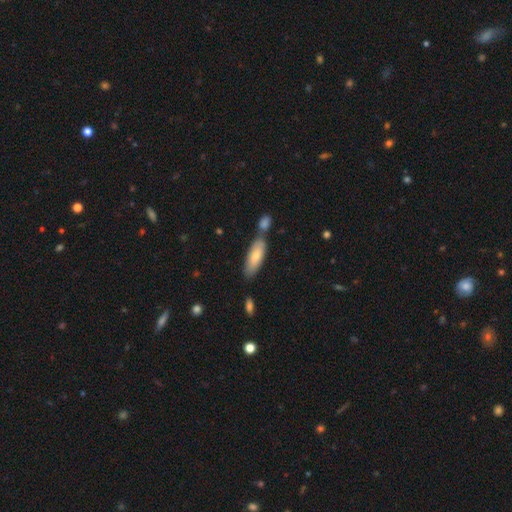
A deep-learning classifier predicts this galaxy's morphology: smooth_or_featured: smooth (p=0.75) [alt: featured or disk p=0.20]
how_rounded: in between (p=0.60) [alt: cigar-shaped p=0.38]
merging: none (p=0.56) [alt: merger p=0.25]